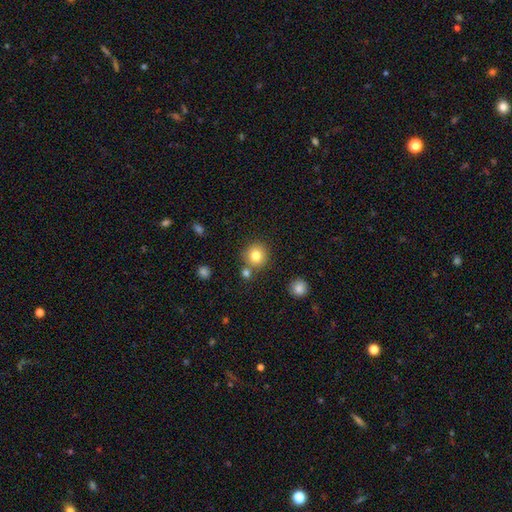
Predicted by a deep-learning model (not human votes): Morphology: type=smooth (80%); roundness=round (92%); merging=none (76%).